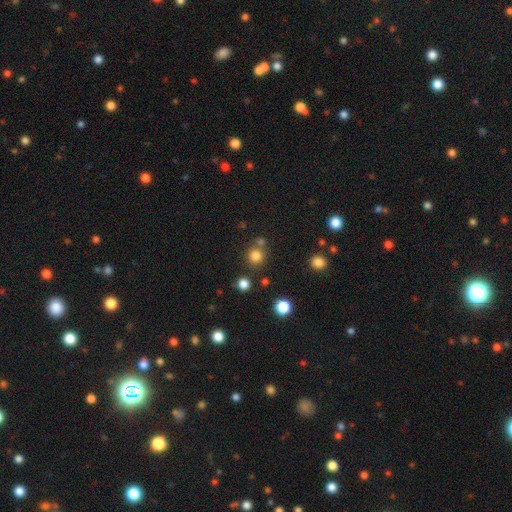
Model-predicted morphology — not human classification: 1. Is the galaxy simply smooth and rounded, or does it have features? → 79% smooth, 15% star or artifact, 5% featured or disk.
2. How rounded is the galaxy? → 91% round, 8% in between, 1% cigar-shaped.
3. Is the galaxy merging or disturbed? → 72% none, 17% merger, 8% minor disturbance, 3% major disturbance.